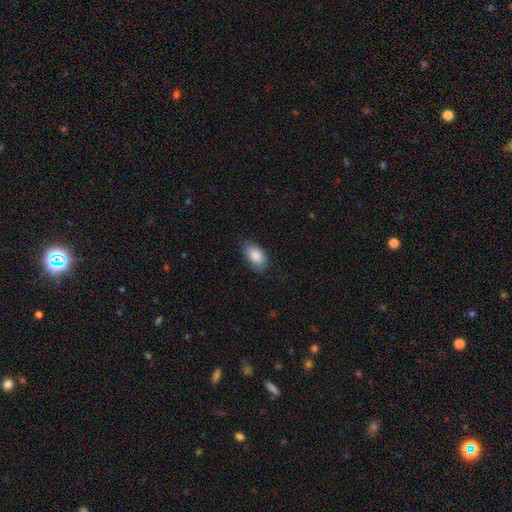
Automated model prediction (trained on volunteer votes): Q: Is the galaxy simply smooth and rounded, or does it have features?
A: smooth — 87%.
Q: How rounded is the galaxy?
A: in between — 93%.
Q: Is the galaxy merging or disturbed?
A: none — 75%.